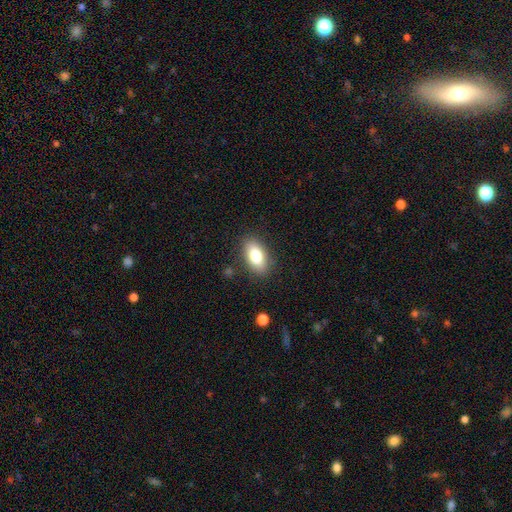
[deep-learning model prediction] Smooth or featured: smooth — 79% (featured or disk — 13%)
How rounded: in between — 89% (round — 6%)
Merging: none — 85% (minor disturbance — 10%)